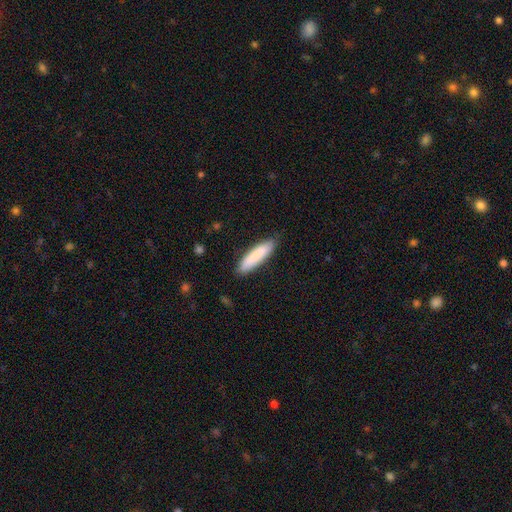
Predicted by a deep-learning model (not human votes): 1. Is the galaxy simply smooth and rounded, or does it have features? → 86% smooth, 9% featured or disk, 5% star or artifact.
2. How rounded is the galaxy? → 75% cigar-shaped, 24% in between, 1% round.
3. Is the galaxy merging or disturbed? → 84% none, 13% minor disturbance, 2% major disturbance, 1% merger.